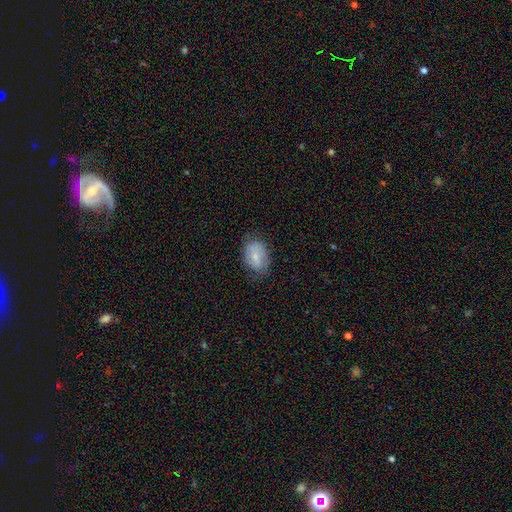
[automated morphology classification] Smooth or featured: smooth — 68% (featured or disk — 24%)
How rounded: in between — 85% (round — 13%)
Merging: none — 69% (minor disturbance — 23%)